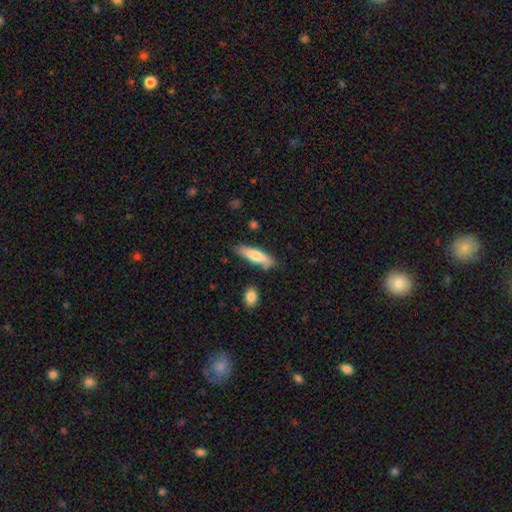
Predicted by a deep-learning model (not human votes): Smooth or featured? Predicted: smooth (p=0.73). How rounded? Predicted: cigar-shaped (p=0.71). Merging? Predicted: none (p=0.76).